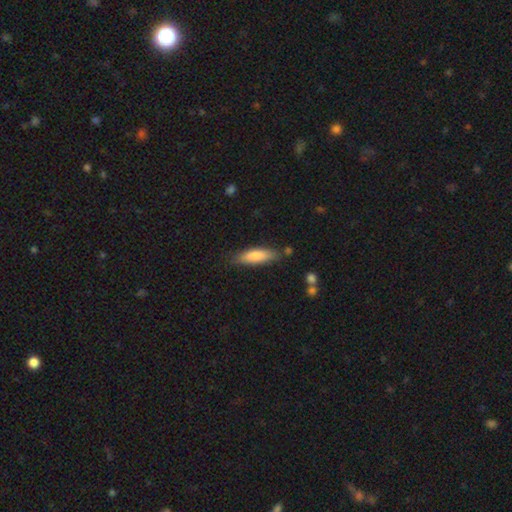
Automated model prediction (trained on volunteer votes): Morphology: type=smooth (80%); roundness=cigar-shaped (56%); merging=none (79%).